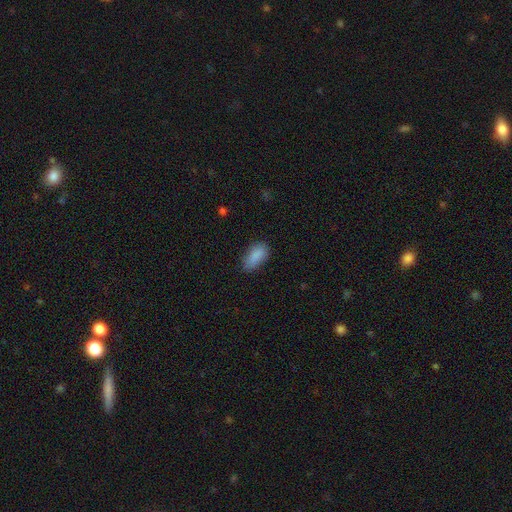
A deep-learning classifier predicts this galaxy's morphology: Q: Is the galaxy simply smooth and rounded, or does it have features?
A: smooth — 87%.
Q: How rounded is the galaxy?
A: in between — 90%.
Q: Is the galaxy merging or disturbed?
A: none — 74%.